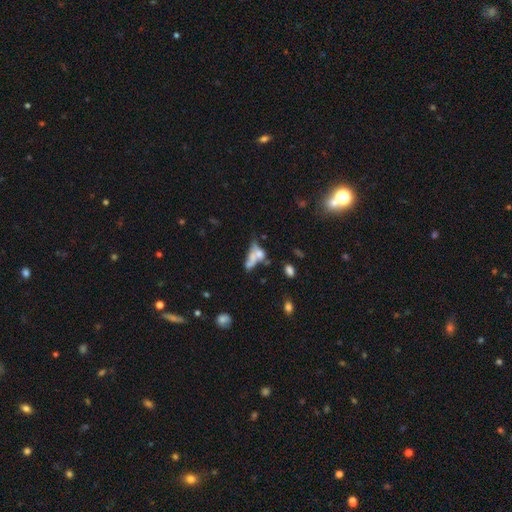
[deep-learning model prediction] Morphology: type=smooth (48%); merging=merger (49%).